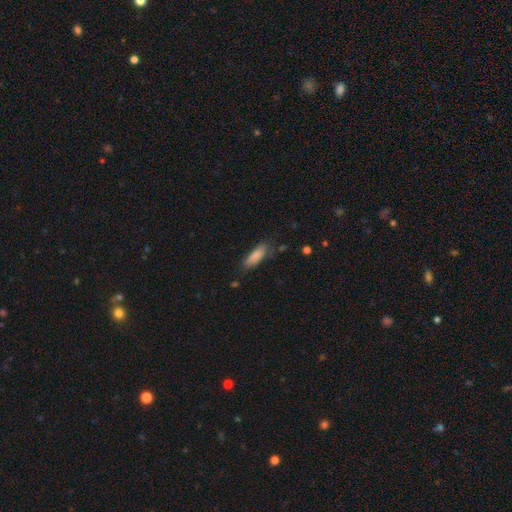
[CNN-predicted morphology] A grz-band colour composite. It shows a smooth galaxy with no disk features (83%) that is in between round and cigar-shaped (55%). Merging: none (65%).